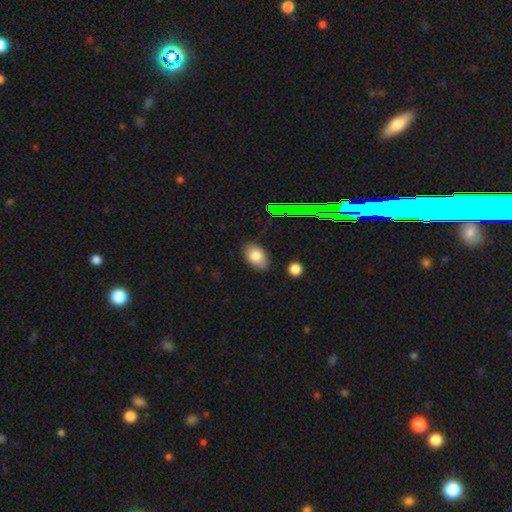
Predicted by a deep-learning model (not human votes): smooth-or-featured: smooth: 81% | star or artifact: 10% | featured or disk: 9%
  how-rounded: in between: 87% | round: 12% | cigar-shaped: 1%
  merging: none: 79% | minor disturbance: 15% | major disturbance: 3% | merger: 2%